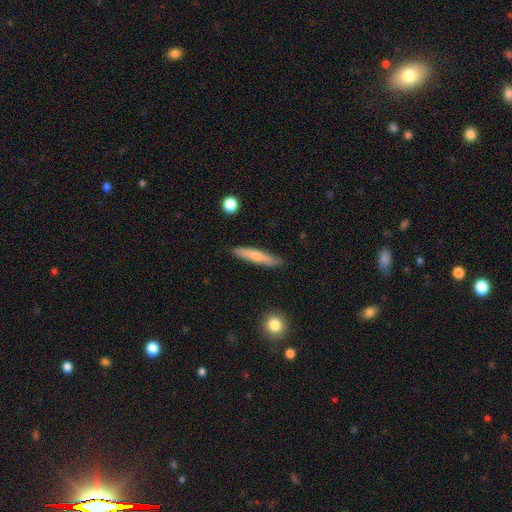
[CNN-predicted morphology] smooth-or-featured: smooth: 65% | featured or disk: 29% | star or artifact: 6%
  how-rounded: cigar-shaped: 90% | in between: 8% | round: 2%
  merging: none: 86% | minor disturbance: 10% | major disturbance: 2% | merger: 1%